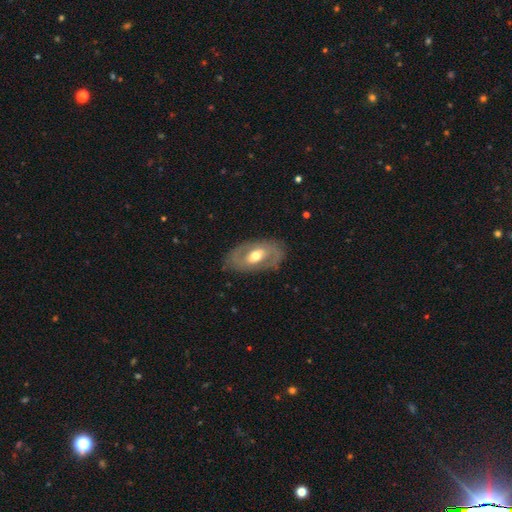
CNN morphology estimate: A featured or disk galaxy (65%) with no bar (47%), spiral arms (52%) and a moderate central bulge (71%). Merging: none (79%).